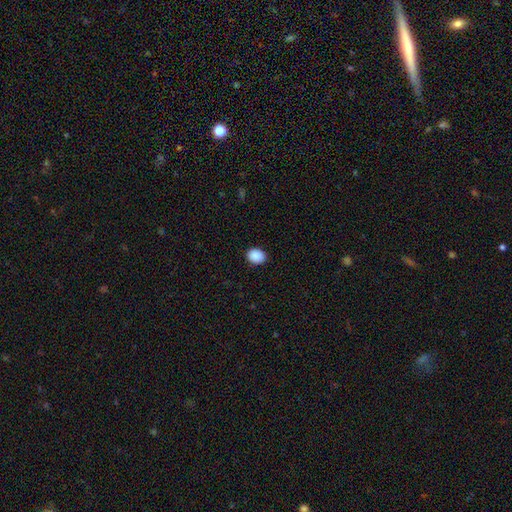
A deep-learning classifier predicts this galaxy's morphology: Smooth or featured: smooth — 90% (star or artifact — 8%)
How rounded: in between — 52% (round — 48%)
Merging: none — 89% (minor disturbance — 8%)